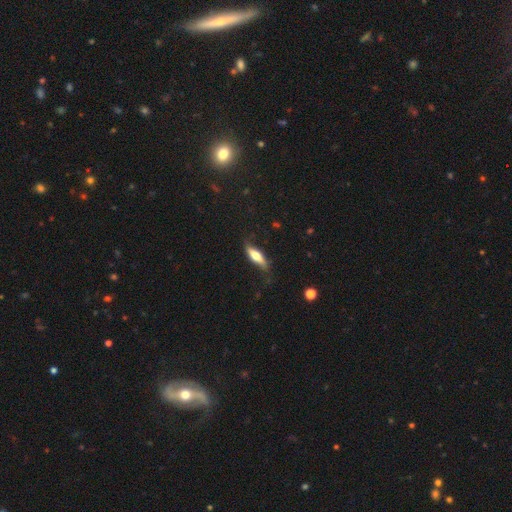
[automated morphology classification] Q: Smooth or featured?
A: smooth (53%); runner-up: featured or disk (42%)
Q: How rounded?
A: cigar-shaped (53%); runner-up: in between (44%)
Q: Merging?
A: none (64%); runner-up: minor disturbance (26%)